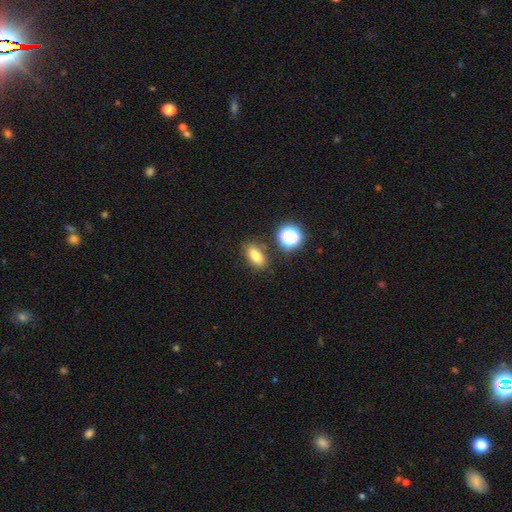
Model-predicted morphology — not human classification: This appears to be a smooth galaxy with no disk features (78%) that is in between round and cigar-shaped (79%). Merging: none (81%).